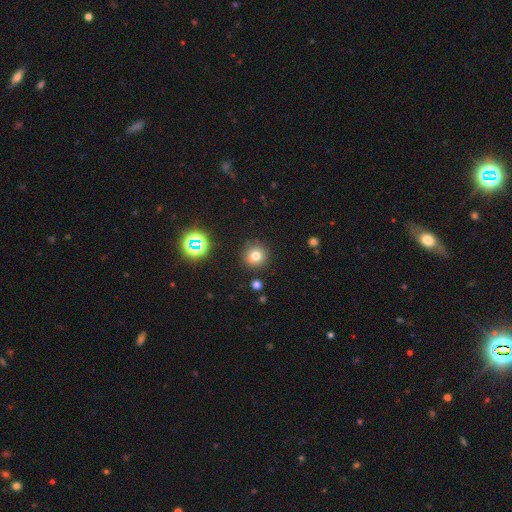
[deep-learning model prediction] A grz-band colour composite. It shows a smooth galaxy with no disk features (74%) that is round (95%). Merging: none (89%).